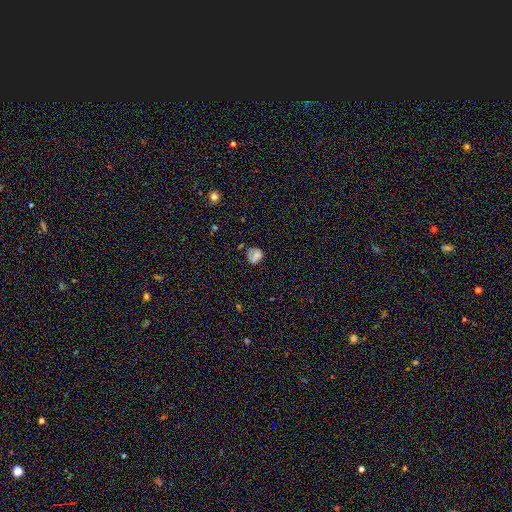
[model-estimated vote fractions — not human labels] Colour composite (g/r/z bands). It shows a smooth galaxy with no disk features (64%) that is round (75%). Merging: none (60%).